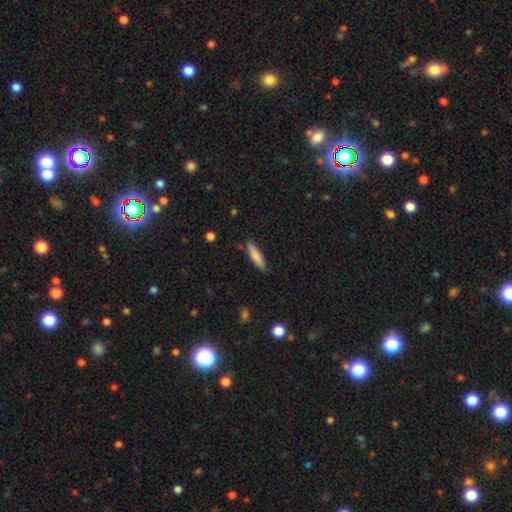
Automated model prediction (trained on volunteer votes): Smooth or featured: smooth — 79% (featured or disk — 15%)
How rounded: cigar-shaped — 78% (in between — 20%)
Merging: none — 84% (minor disturbance — 12%)